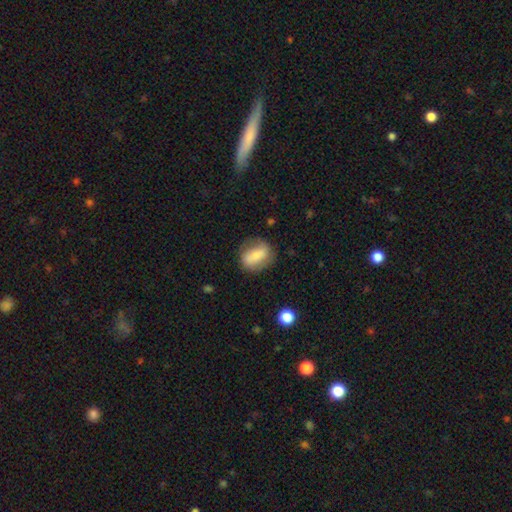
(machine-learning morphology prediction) This is likely a smooth galaxy (61%). How rounded: likely in between (62%). Merging: likely none (72%).